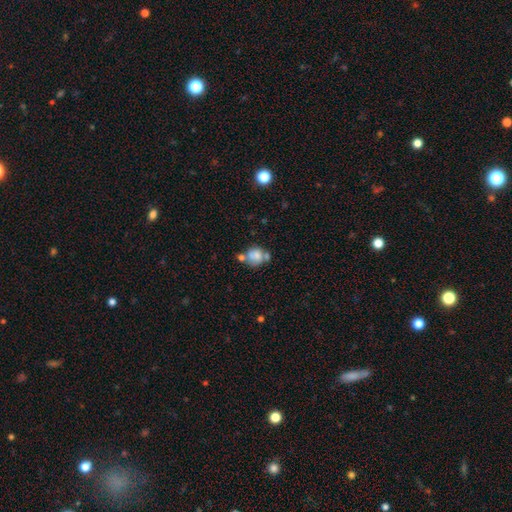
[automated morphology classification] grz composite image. It shows a smooth galaxy with no disk features (68%) that is round (69%). Merging: none (38%).